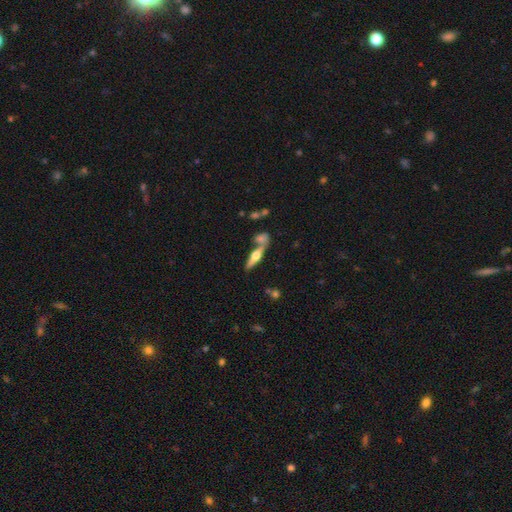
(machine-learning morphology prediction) type=featured or disk (61%); edge-on=yes (93%); edge-on bulge=rounded (93%); merging=none (60%).